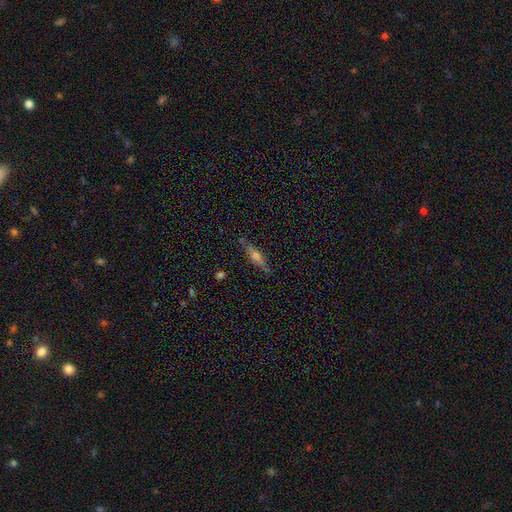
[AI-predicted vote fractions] This is possibly a featured or disk galaxy (56%). It is clearly viewed edge-on (93%). Edge-on bulge: likely rounded (69%). Merging: clearly none (83%).